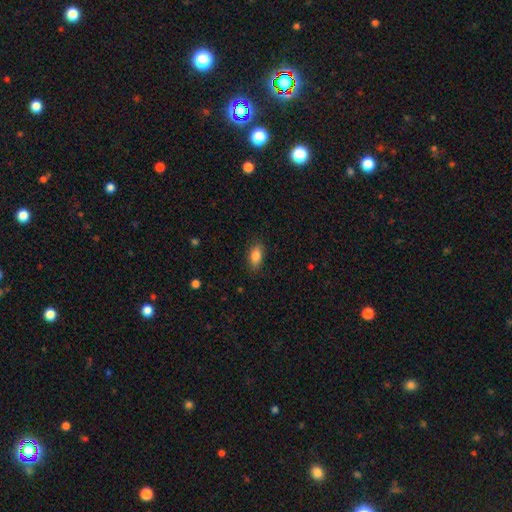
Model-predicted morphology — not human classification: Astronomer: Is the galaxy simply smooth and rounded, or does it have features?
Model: smooth — 84%.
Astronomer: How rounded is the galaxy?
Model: in between — 86%.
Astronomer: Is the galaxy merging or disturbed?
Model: none — 83%.